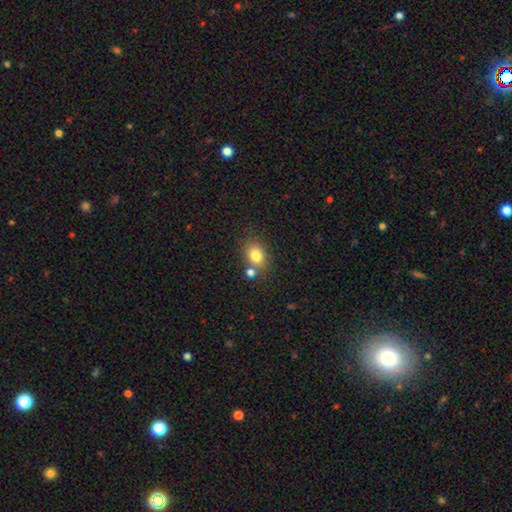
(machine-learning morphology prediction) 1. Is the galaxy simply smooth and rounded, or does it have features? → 80% smooth, 11% star or artifact, 9% featured or disk.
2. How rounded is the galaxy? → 57% in between, 42% round, 1% cigar-shaped.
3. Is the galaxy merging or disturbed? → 64% none, 20% merger, 12% minor disturbance, 4% major disturbance.